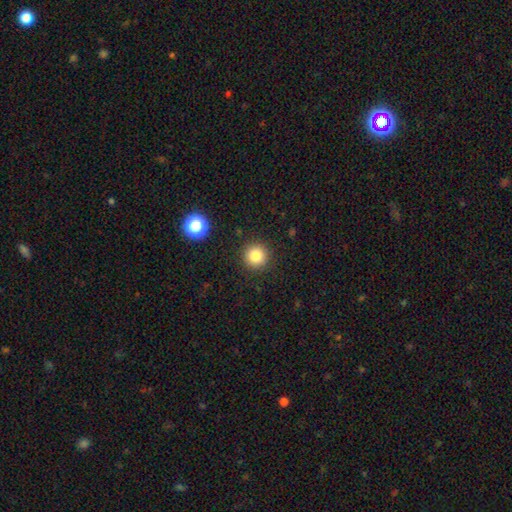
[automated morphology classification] The model was most divided on "smooth or featured": smooth: 82%, star or artifact: 12%, featured or disk: 6%. More confident: how rounded — round (95%); merging — none (91%).